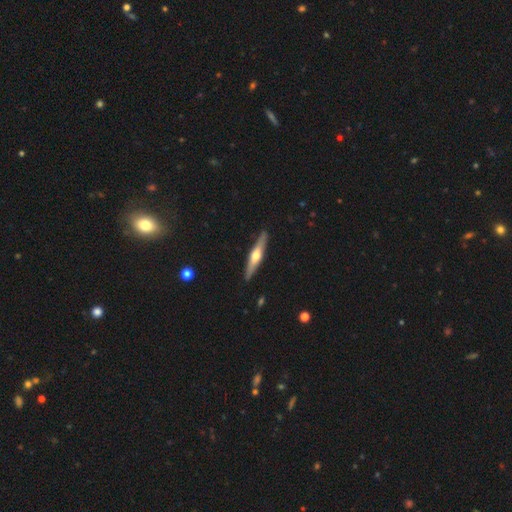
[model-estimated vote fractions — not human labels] Smooth or featured?
  - featured or disk: 62% *
  - smooth: 33%
  - star or artifact: 5%
Edge-on disk?
  - yes: 96% *
  - no: 4%
Edge-on bulge?
  - rounded: 91% *
  - none: 5%
  - boxy: 4%
Merging?
  - none: 91% *
  - minor disturbance: 7%
  - major disturbance: 1%
  - merger: 1%